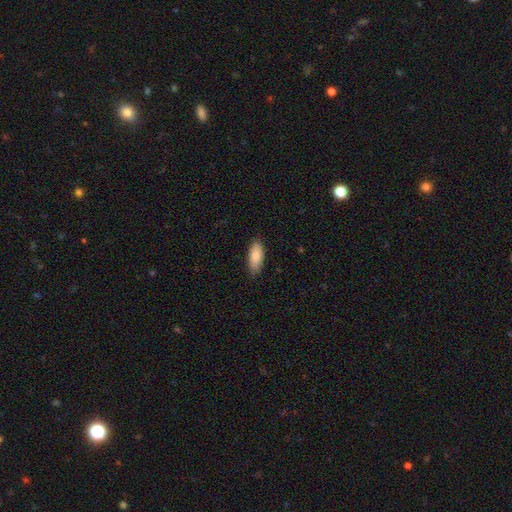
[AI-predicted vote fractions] Overall: smooth (86%). How rounded: in between (82%). Merging: none (84%).